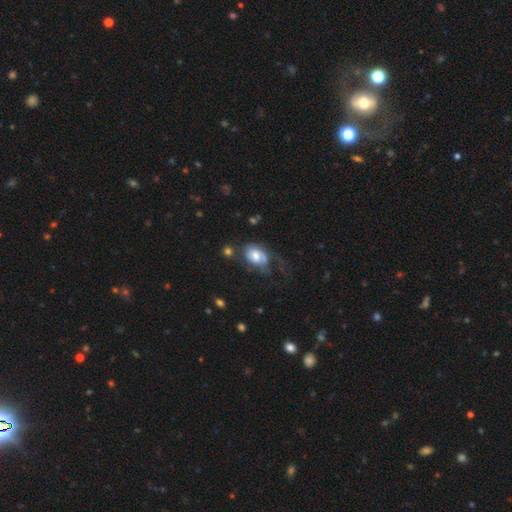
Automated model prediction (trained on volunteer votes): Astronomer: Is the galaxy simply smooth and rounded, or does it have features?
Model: smooth — 61%.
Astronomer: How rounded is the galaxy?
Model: in between — 79%.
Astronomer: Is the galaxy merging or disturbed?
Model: major disturbance — 38% (runner-up: none, 28%).